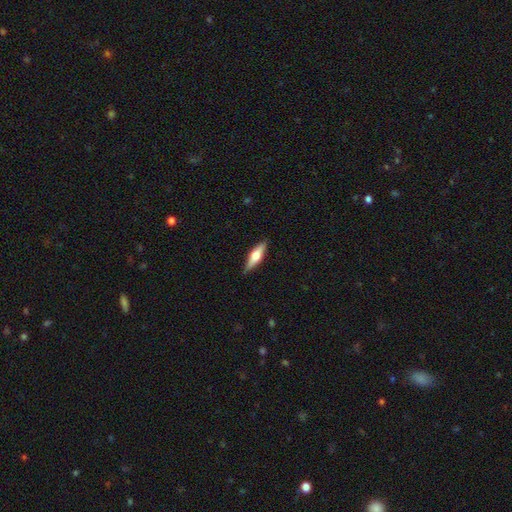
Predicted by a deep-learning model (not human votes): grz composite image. It shows a featured or disk galaxy (48%). Merging: none (87%).